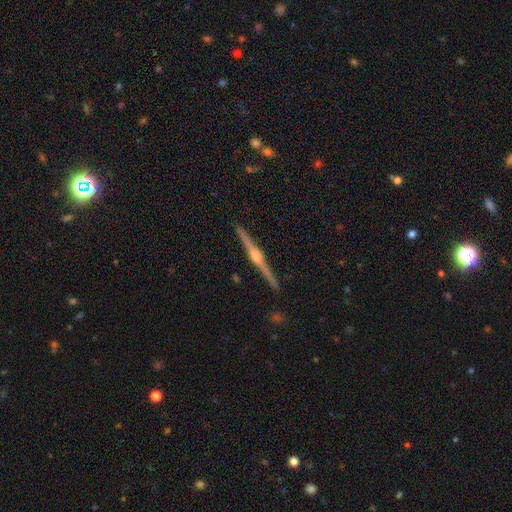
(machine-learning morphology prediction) A featured or disk galaxy (87%) viewed edge-on (99%) with a rounded central bulge (92%).

Vote fractions:
- Smooth or featured? featured or disk: 87% / smooth: 8% / star or artifact: 5%
- Edge-on disk? yes: 99% / no: 1%
- Edge-on bulge? rounded: 92% / boxy: 5% / none: 4%
- Merging? none: 92% / minor disturbance: 5% / major disturbance: 1% / merger: 1%